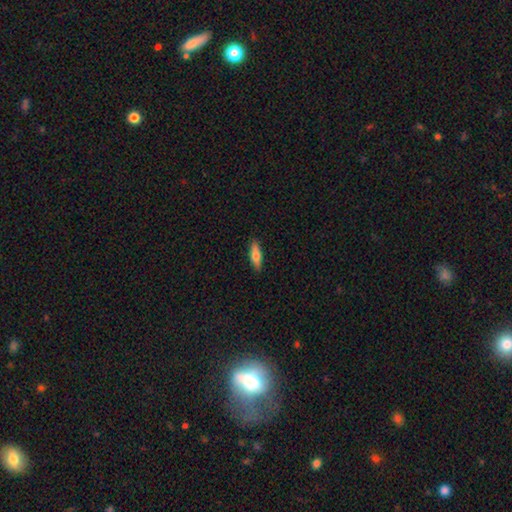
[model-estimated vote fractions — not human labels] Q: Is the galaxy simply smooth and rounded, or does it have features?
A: smooth — 62%.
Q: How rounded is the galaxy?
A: cigar-shaped — 56%.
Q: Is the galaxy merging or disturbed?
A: none — 89%.